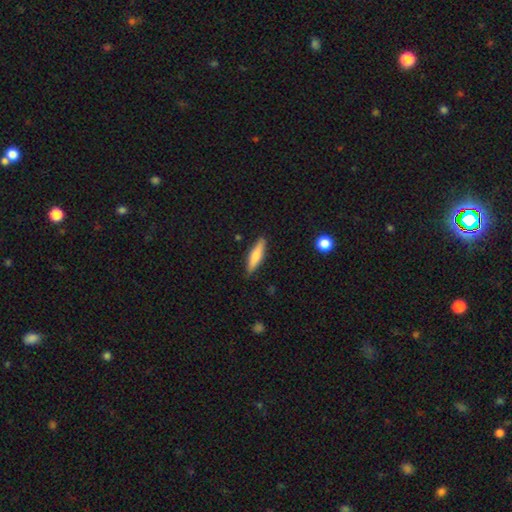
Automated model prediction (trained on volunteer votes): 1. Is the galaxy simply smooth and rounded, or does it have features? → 71% smooth, 24% featured or disk, 6% star or artifact.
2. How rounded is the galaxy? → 76% cigar-shaped, 22% in between, 2% round.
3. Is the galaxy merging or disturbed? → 87% none, 10% minor disturbance, 2% major disturbance, 1% merger.